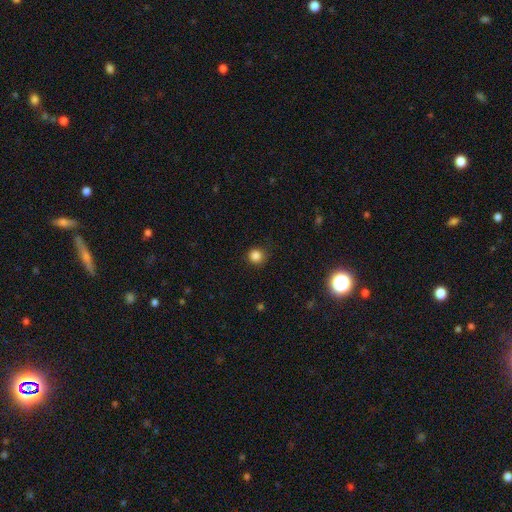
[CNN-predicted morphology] smooth-or-featured: smooth: 85% | star or artifact: 12% | featured or disk: 3%
  how-rounded: round: 93% | in between: 6% | cigar-shaped: 1%
  merging: none: 86% | minor disturbance: 10% | major disturbance: 3% | merger: 1%